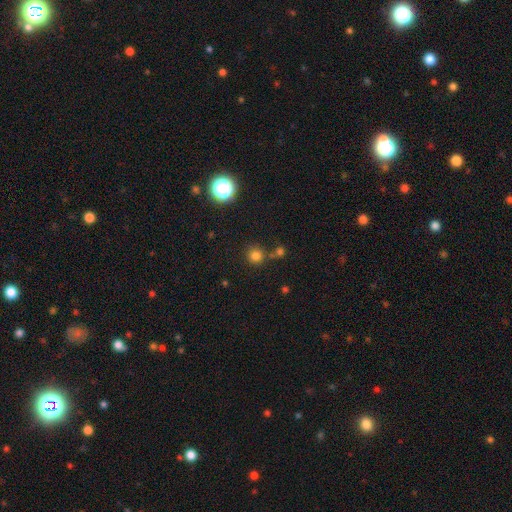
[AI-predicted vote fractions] The model was most divided on "merging": none: 72%, merger: 15%, minor disturbance: 9%, major disturbance: 4%. More confident: how rounded — round (91%); smooth or featured — smooth (78%).